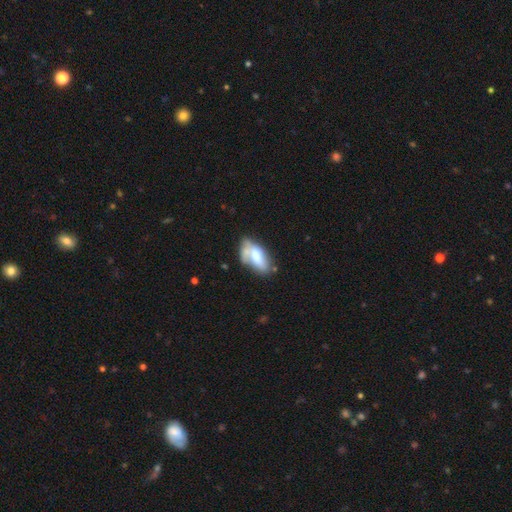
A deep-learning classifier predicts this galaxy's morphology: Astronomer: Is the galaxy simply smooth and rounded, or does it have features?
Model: smooth — 57% (runner-up: featured or disk, 35%).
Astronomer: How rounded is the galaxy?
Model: in between — 87%.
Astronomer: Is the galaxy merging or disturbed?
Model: none — 36% (runner-up: minor disturbance, 26%).